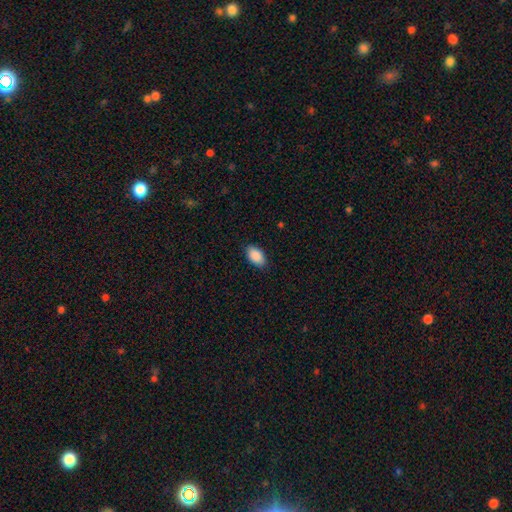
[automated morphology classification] Smooth or featured? smooth (90%)
How rounded? in between (93%)
Merging? none (87%)